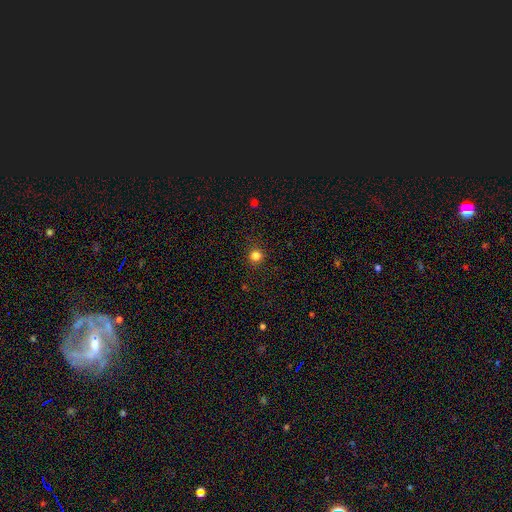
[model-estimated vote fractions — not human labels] Morphology: type=smooth (82%); roundness=round (94%); merging=none (91%).